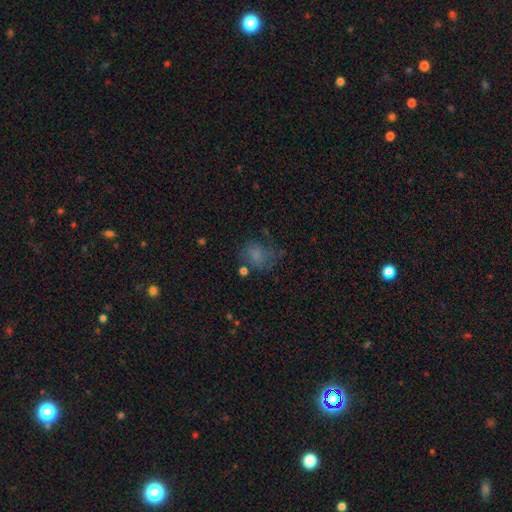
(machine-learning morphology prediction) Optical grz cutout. It shows a smooth galaxy with no disk features (62%) that is round (56%). Merging: none (50%).